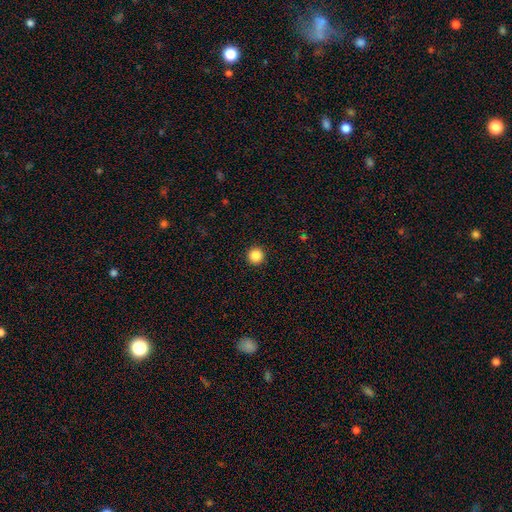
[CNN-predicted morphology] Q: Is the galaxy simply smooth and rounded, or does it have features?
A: smooth — 87%.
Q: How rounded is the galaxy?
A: round — 96%.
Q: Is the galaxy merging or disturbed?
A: none — 94%.